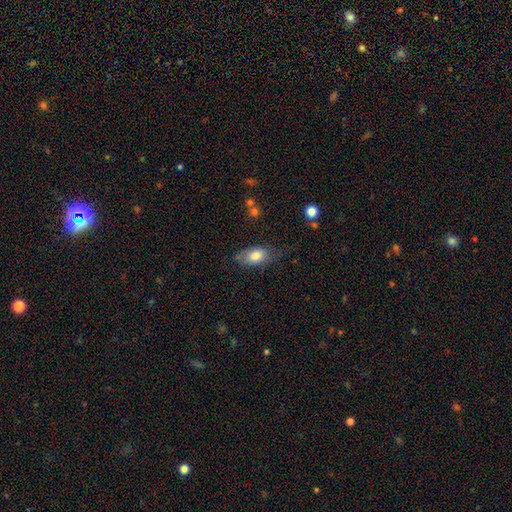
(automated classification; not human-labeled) The model was most divided on "merging": none: 61%, minor disturbance: 28%, major disturbance: 9%, merger: 2%. More confident: how rounded — in between (90%); smooth or featured — smooth (76%).